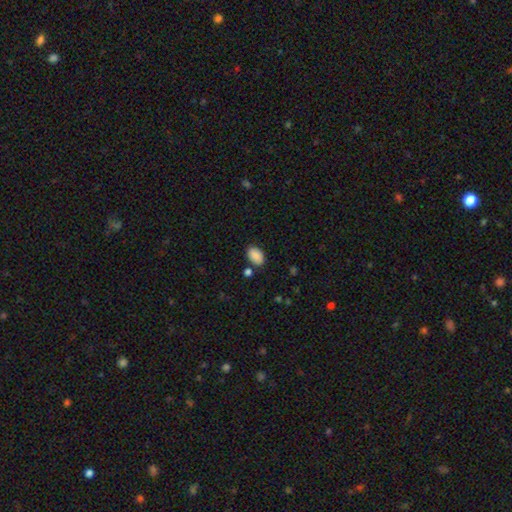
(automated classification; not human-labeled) Q: Smooth or featured?
A: smooth (89%); runner-up: star or artifact (7%)
Q: How rounded?
A: in between (89%); runner-up: round (9%)
Q: Merging?
A: none (78%); runner-up: minor disturbance (13%)